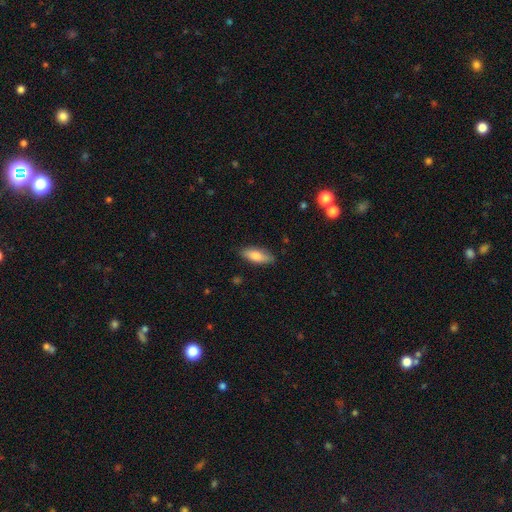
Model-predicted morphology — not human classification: This is likely a smooth galaxy (79%). How rounded: likely in between (71%). Merging: clearly none (84%).